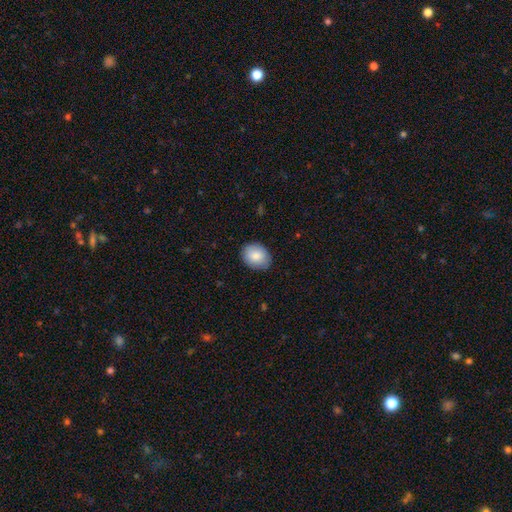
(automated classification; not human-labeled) Smooth or featured: smooth — 85% (featured or disk — 8%)
How rounded: in between — 52% (round — 48%)
Merging: none — 85% (minor disturbance — 12%)